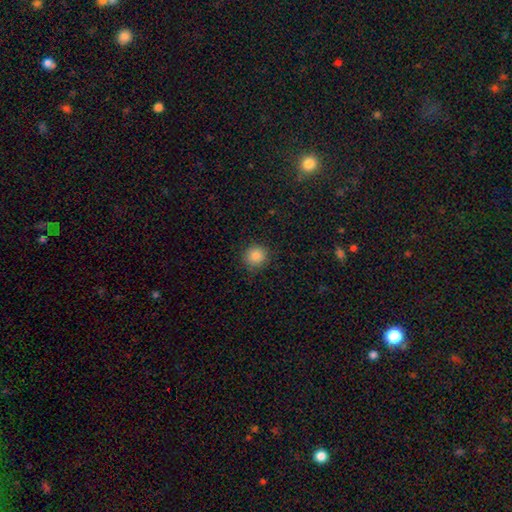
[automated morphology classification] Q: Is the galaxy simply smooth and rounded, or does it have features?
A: smooth — 86%.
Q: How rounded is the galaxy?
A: round — 93%.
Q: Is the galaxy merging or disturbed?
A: none — 88%.